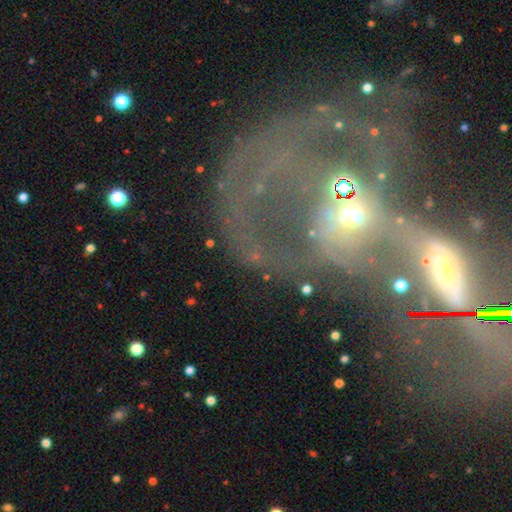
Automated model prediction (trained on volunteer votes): A featured or disk galaxy (56%) with no bar (53%), spiral arms (53%) and a moderate central bulge (53%).

Vote fractions:
- Smooth or featured? featured or disk: 56% / star or artifact: 23% / smooth: 21%
- Edge-on disk? no: 90% / yes: 10%
- Bar? no: 53% / weak: 25% / strong: 22%
- Spiral arms? yes: 53% / no: 47%
- Bulge size? moderate: 53% / small: 29% / large: 9% / none: 5% / dominant: 4%
- Merging? none: 48% / major disturbance: 23% / minor disturbance: 15% / merger: 13%